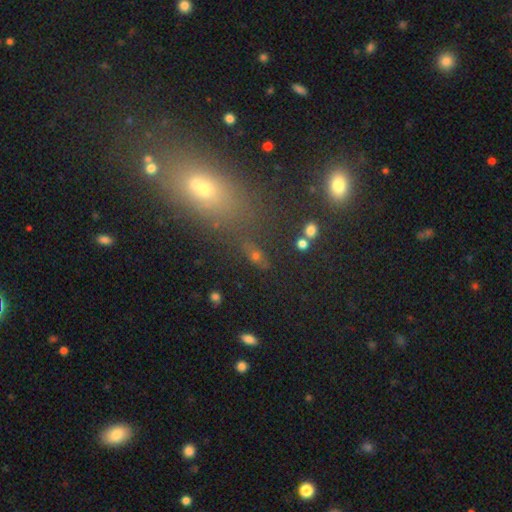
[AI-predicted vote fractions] smooth-or-featured: smooth: 44% | star or artifact: 39% | featured or disk: 17%
  merging: none: 64% | merger: 16% | minor disturbance: 12% | major disturbance: 8%